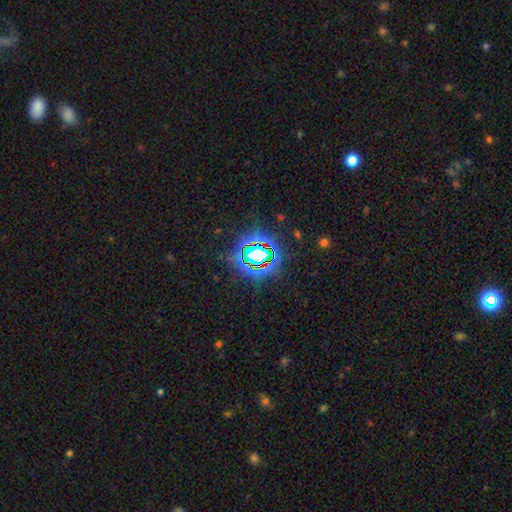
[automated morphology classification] Smooth or featured: star or artifact — 74% (smooth — 15%)